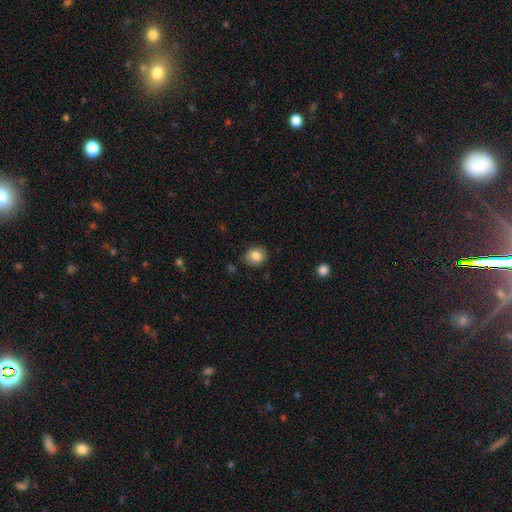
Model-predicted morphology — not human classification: This appears to be a smooth galaxy with no disk features (82%) that is round (67%). Merging: none (81%).